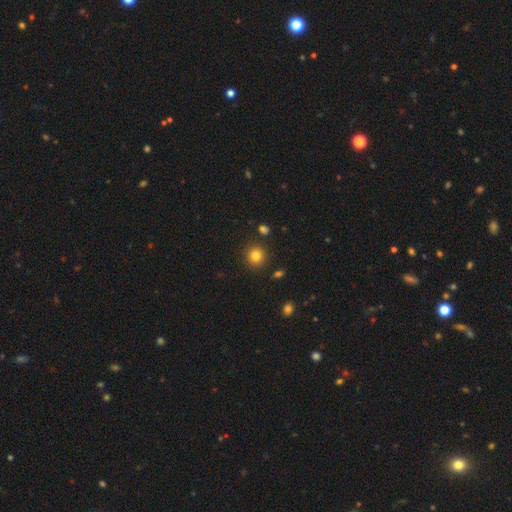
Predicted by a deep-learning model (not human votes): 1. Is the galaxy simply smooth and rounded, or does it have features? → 82% smooth, 12% star or artifact, 6% featured or disk.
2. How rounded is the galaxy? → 90% round, 9% in between, 1% cigar-shaped.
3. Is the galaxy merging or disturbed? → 88% none, 7% minor disturbance, 3% merger, 2% major disturbance.